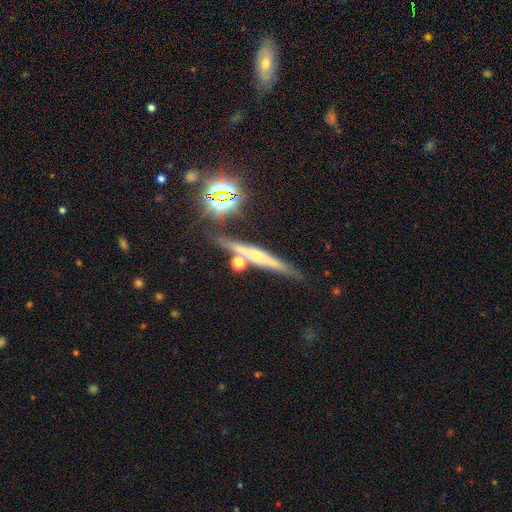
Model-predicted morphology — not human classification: This appears to be a featured or disk galaxy (49%). Merging: none (77%).